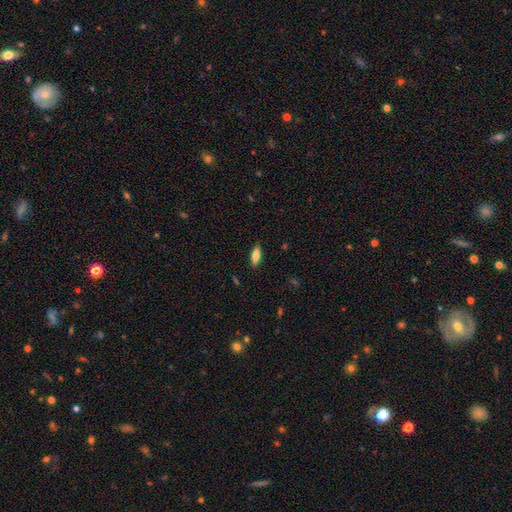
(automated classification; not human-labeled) Smooth or featured? smooth (69%)
How rounded? in between (65%)
Merging? none (87%)